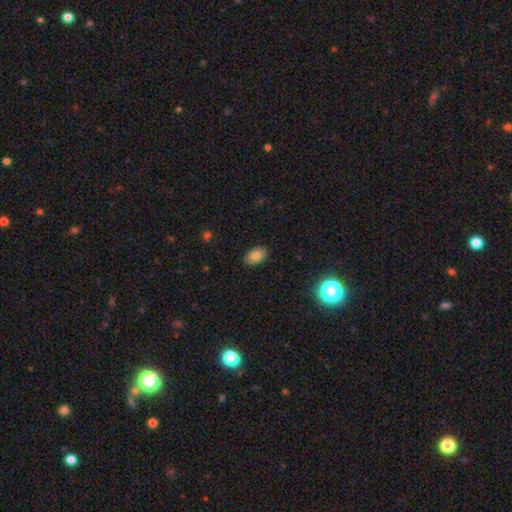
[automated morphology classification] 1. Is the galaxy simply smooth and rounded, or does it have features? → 80% smooth, 10% star or artifact, 10% featured or disk.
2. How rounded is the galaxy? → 89% in between, 10% round, 1% cigar-shaped.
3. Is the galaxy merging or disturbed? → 88% none, 9% minor disturbance, 2% major disturbance, 1% merger.